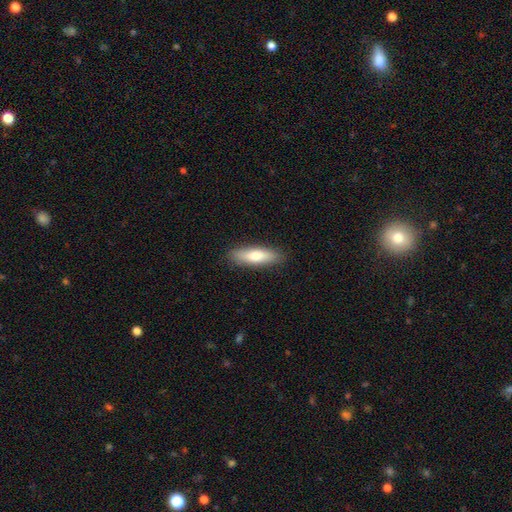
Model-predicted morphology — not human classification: Smooth or featured?
  - smooth: 72% *
  - featured or disk: 23%
  - star or artifact: 6%
How rounded?
  - cigar-shaped: 67% *
  - in between: 32%
  - round: 2%
Merging?
  - none: 89% *
  - minor disturbance: 8%
  - major disturbance: 2%
  - merger: 1%